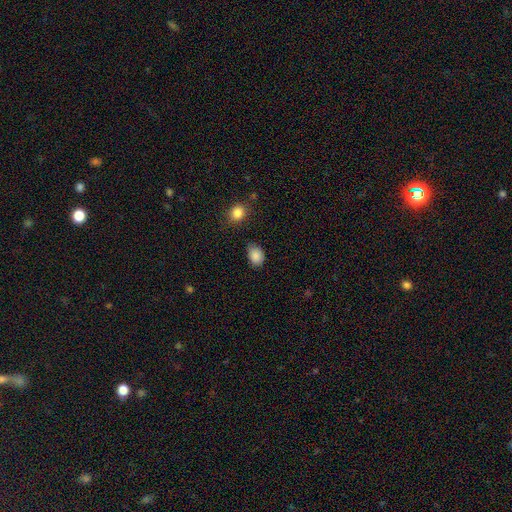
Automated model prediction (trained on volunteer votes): Smooth or featured: smooth — 87% (star or artifact — 9%)
How rounded: in between — 73% (round — 26%)
Merging: none — 69% (minor disturbance — 24%)